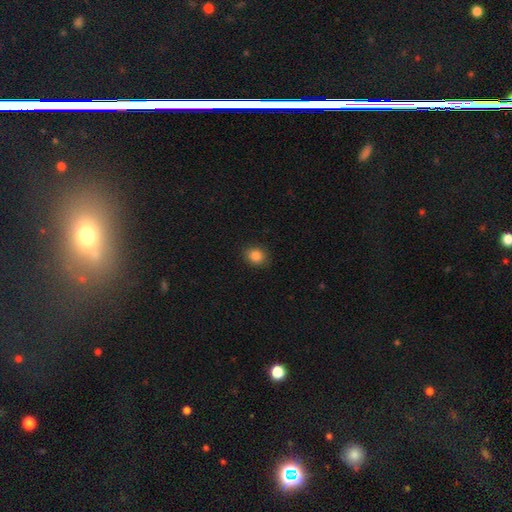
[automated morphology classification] Smooth or featured? smooth (85%)
How rounded? round (65%)
Merging? none (88%)